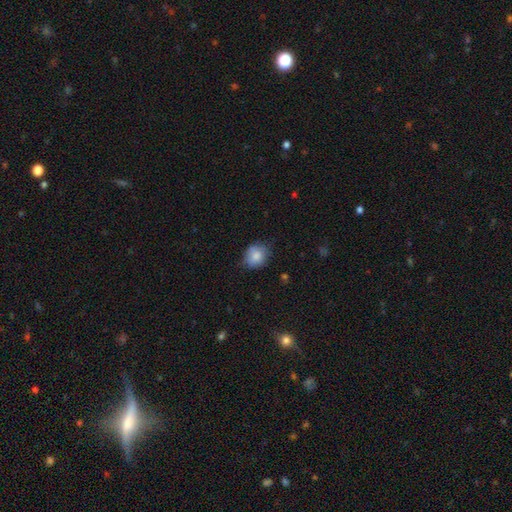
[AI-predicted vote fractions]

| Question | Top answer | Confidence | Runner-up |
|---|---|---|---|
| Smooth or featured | smooth | 84% | featured or disk (8%) |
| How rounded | round | 61% | in between (38%) |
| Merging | none | 68% | minor disturbance (26%) |